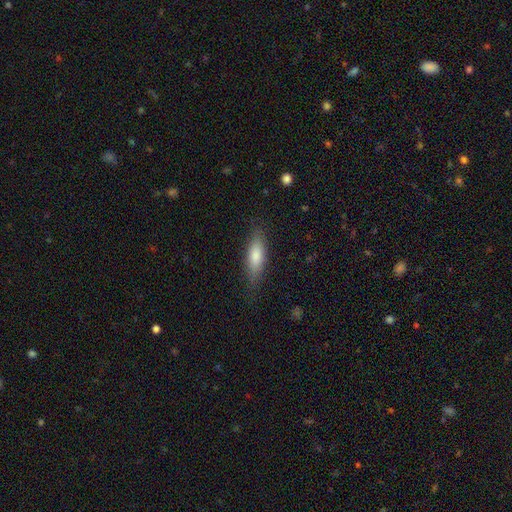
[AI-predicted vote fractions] Smooth or featured? Predicted: smooth (p=0.79). How rounded? Predicted: in between (p=0.57). Merging? Predicted: none (p=0.80).